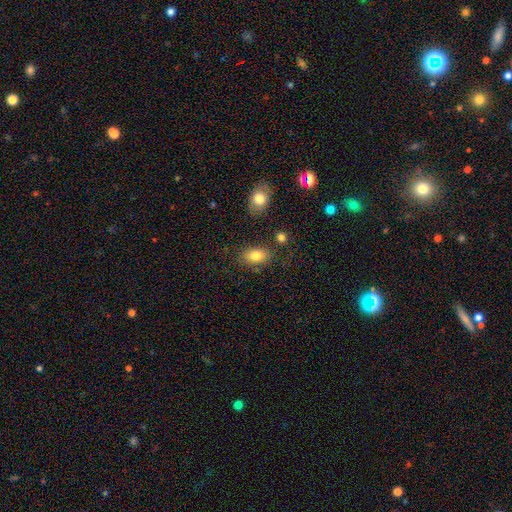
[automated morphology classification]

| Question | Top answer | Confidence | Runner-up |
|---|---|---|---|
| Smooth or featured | smooth | 83% | featured or disk (9%) |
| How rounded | in between | 89% | round (9%) |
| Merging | none | 78% | minor disturbance (13%) |